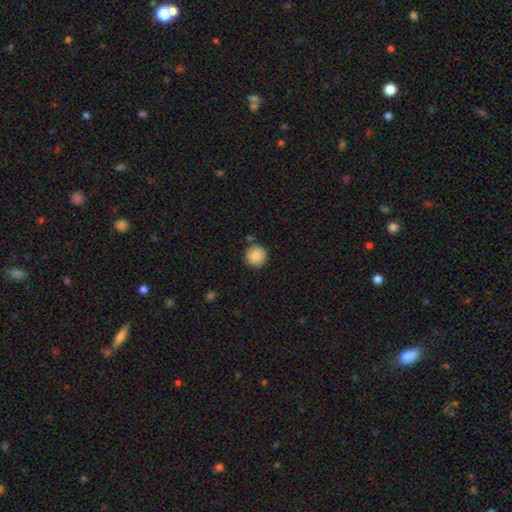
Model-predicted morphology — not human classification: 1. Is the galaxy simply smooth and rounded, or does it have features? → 87% smooth, 8% star or artifact, 5% featured or disk.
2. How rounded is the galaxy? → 96% round, 3% in between, 1% cigar-shaped.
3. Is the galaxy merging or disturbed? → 85% none, 8% minor disturbance, 5% merger, 2% major disturbance.